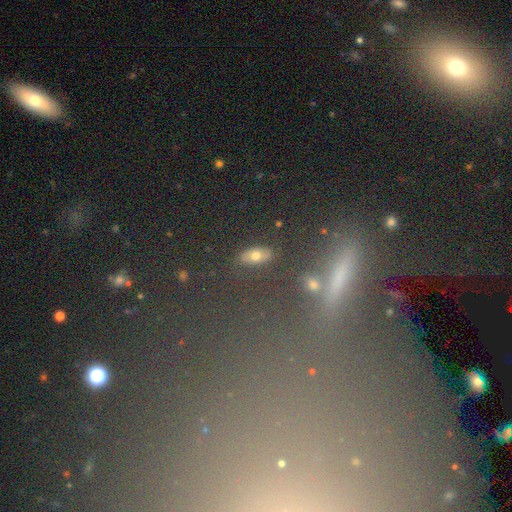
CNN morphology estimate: Smooth or featured? Predicted: smooth (p=0.59). How rounded? Predicted: in between (p=0.79). Merging? Predicted: none (p=0.82).